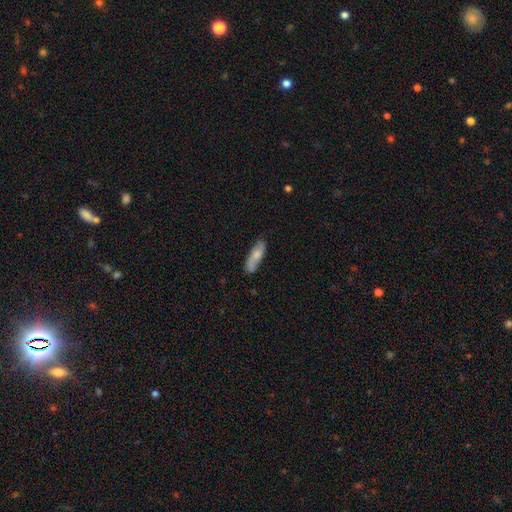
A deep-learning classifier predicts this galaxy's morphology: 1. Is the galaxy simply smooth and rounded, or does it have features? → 61% smooth, 33% featured or disk, 6% star or artifact.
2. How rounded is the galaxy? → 50% in between, 48% cigar-shaped, 2% round.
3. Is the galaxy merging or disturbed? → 76% none, 19% minor disturbance, 4% major disturbance, 2% merger.